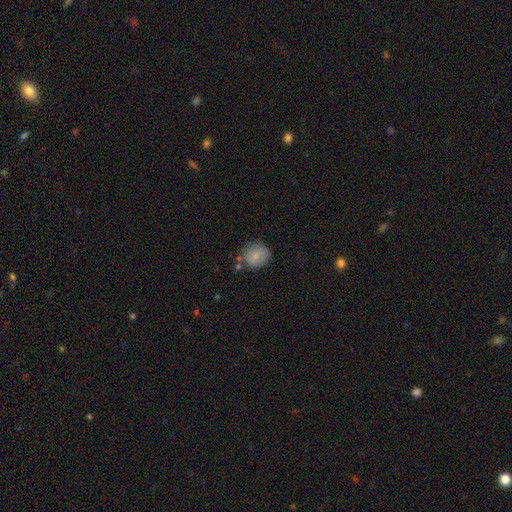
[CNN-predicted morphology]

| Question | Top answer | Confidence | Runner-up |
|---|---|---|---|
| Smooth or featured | smooth | 80% | featured or disk (12%) |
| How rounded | round | 79% | in between (20%) |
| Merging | none | 63% | minor disturbance (22%) |